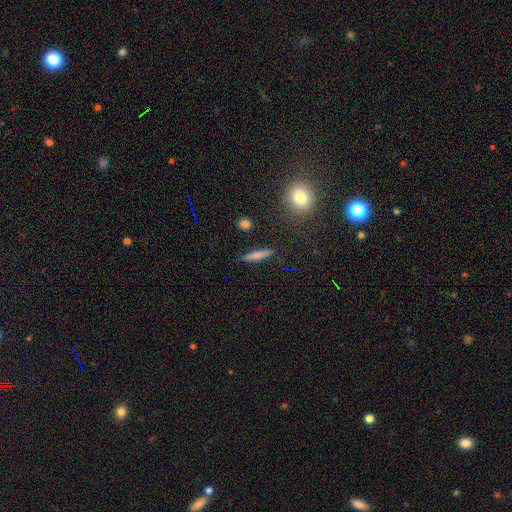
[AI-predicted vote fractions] Smooth or featured? smooth (67%)
How rounded? cigar-shaped (86%)
Merging? none (87%)